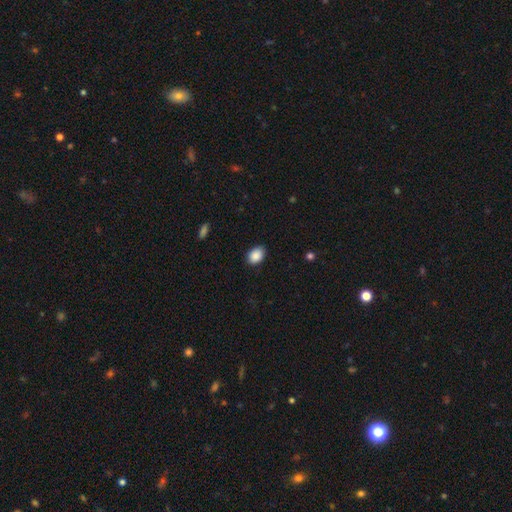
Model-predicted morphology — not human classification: A smooth galaxy with no disk features (89%) that is in between round and cigar-shaped (77%).

Vote fractions:
- Smooth or featured? smooth: 89% / star or artifact: 8% / featured or disk: 3%
- How rounded? in between: 77% / round: 22% / cigar-shaped: 1%
- Merging? none: 86% / minor disturbance: 11% / major disturbance: 2% / merger: 1%